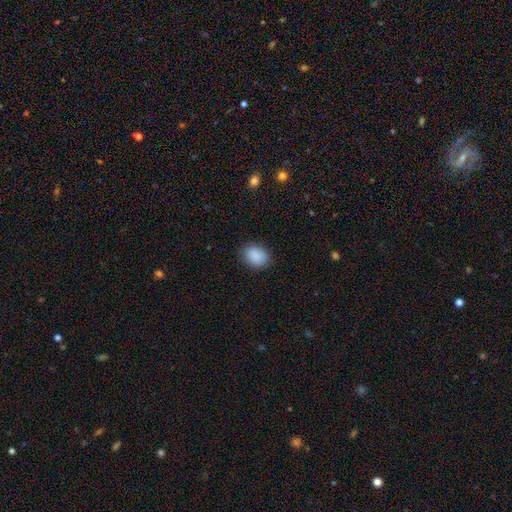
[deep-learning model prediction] A smooth galaxy with no disk features (89%) that is in between round and cigar-shaped (56%).

Vote fractions:
- Smooth or featured? smooth: 89% / star or artifact: 7% / featured or disk: 4%
- How rounded? in between: 56% / round: 43% / cigar-shaped: 1%
- Merging? none: 84% / minor disturbance: 12% / major disturbance: 3% / merger: 1%